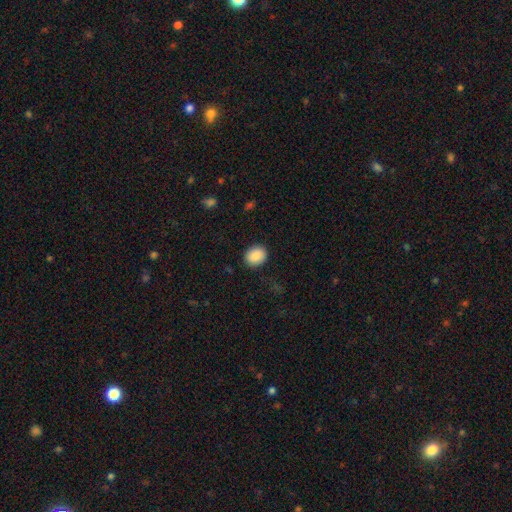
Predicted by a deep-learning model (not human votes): This is clearly a smooth galaxy (89%). How rounded: likely round (60%). Merging: clearly none (89%).